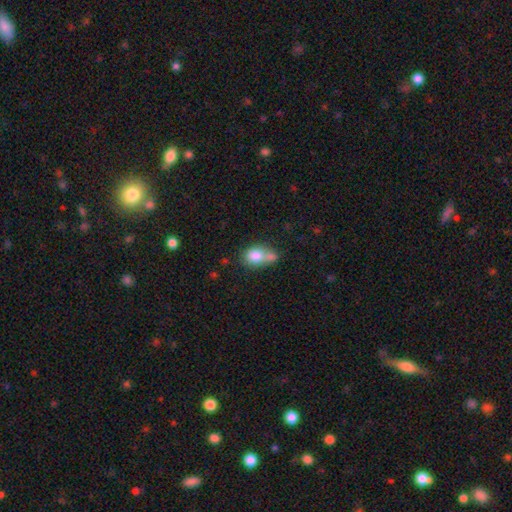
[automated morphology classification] This is likely a smooth galaxy (79%). How rounded: likely in between (67%). Merging: possibly merger (50%).